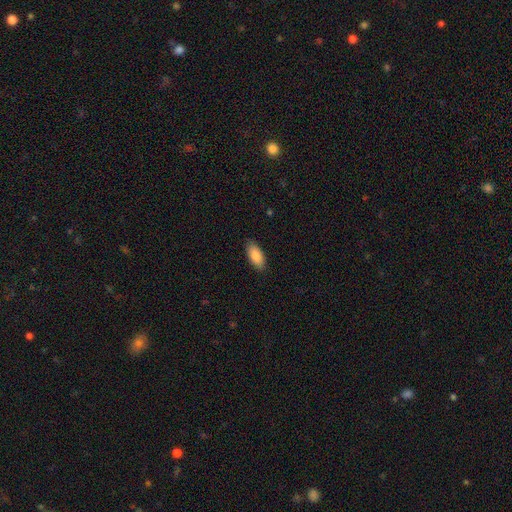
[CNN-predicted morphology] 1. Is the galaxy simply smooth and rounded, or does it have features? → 88% smooth, 6% star or artifact, 6% featured or disk.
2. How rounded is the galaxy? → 90% in between, 8% cigar-shaped, 2% round.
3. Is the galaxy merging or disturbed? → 88% none, 9% minor disturbance, 2% major disturbance, 1% merger.